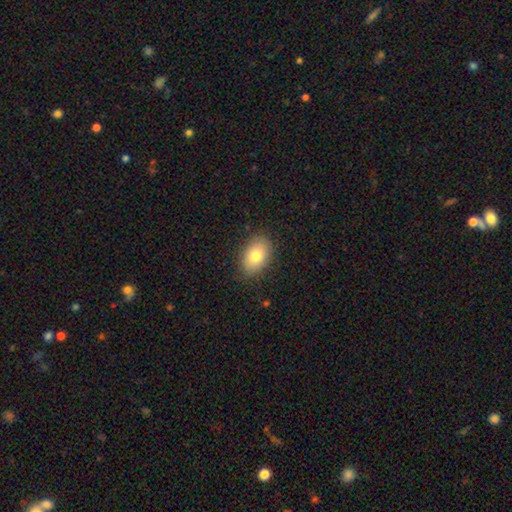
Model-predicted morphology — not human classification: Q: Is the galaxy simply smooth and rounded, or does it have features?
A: smooth — 78%.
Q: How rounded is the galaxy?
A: in between — 85%.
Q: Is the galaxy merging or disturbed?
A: none — 85%.